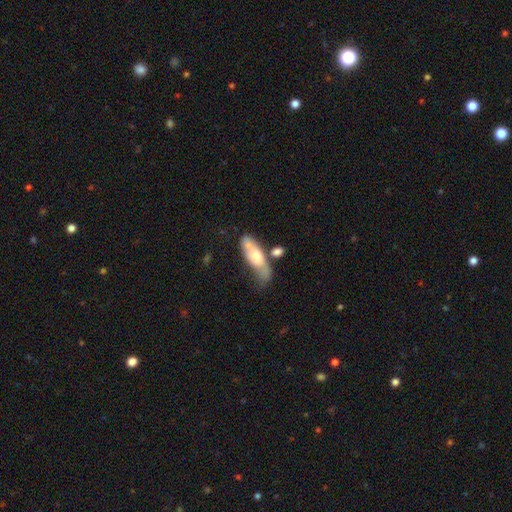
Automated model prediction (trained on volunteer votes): Smooth or featured: smooth — 52% (featured or disk — 41%)
How rounded: in between — 53% (cigar-shaped — 44%)
Merging: none — 36% (minor disturbance — 26%)